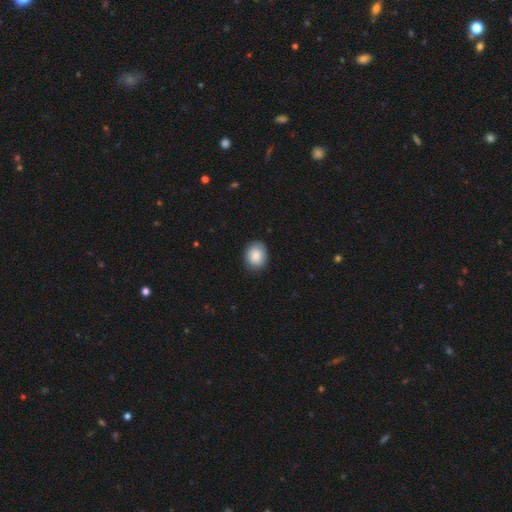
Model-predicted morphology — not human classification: smooth-or-featured: smooth: 87% | star or artifact: 7% | featured or disk: 6%
  how-rounded: round: 50% | in between: 49% | cigar-shaped: 1%
  merging: none: 84% | minor disturbance: 13% | major disturbance: 2% | merger: 1%